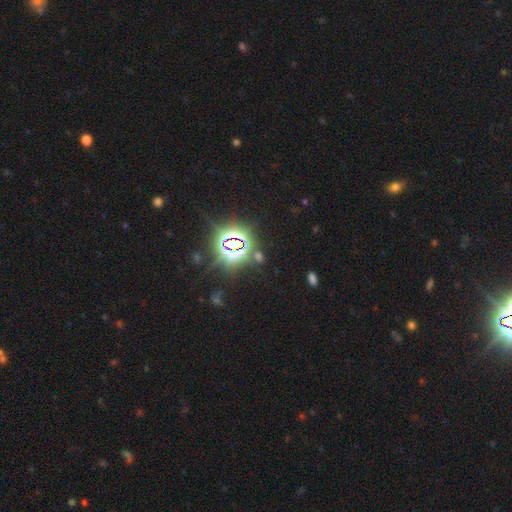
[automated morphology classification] Overall: star or artifact (82%).